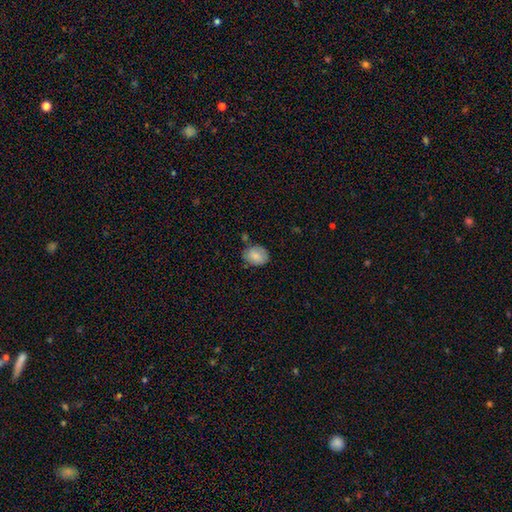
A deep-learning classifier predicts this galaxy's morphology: smooth_or_featured: smooth (p=0.82) [alt: featured or disk p=0.11]
how_rounded: in between (p=0.56) [alt: round p=0.43]
merging: none (p=0.73) [alt: minor disturbance p=0.18]